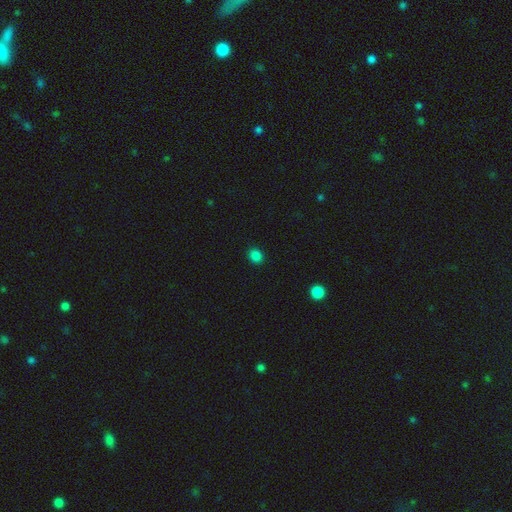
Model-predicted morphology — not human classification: smooth-or-featured: smooth: 84% | star or artifact: 13% | featured or disk: 3%
  how-rounded: round: 58% | in between: 41% | cigar-shaped: 1%
  merging: none: 91% | minor disturbance: 6% | major disturbance: 2% | merger: 1%